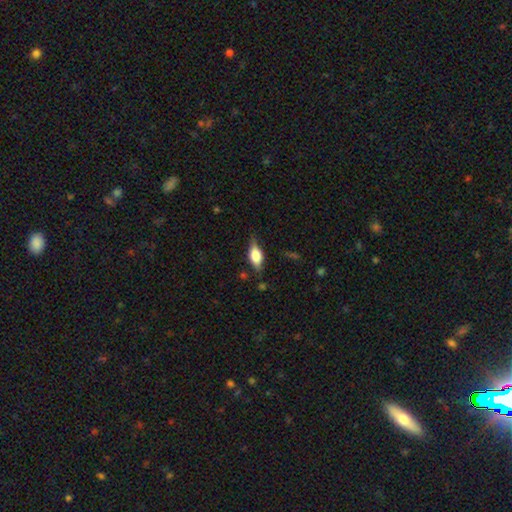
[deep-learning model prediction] The model was most divided on "smooth or featured": smooth: 52%, featured or disk: 41%, star or artifact: 8%. More confident: how rounded — in between (78%); merging — none (73%).